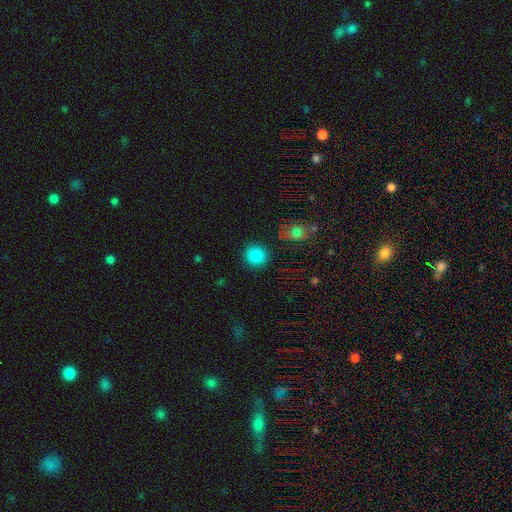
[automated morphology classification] Smooth or featured? Predicted: smooth (p=0.86). How rounded? Predicted: round (p=0.88). Merging? Predicted: none (p=0.89).